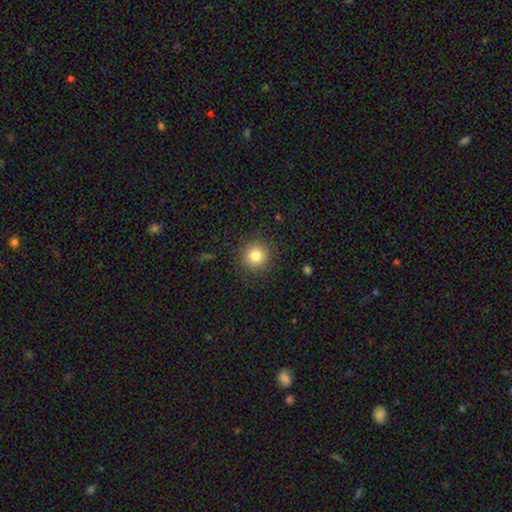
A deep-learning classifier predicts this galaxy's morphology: Smooth or featured: smooth — 82% (star or artifact — 11%)
How rounded: round — 93% (in between — 6%)
Merging: none — 89% (minor disturbance — 7%)